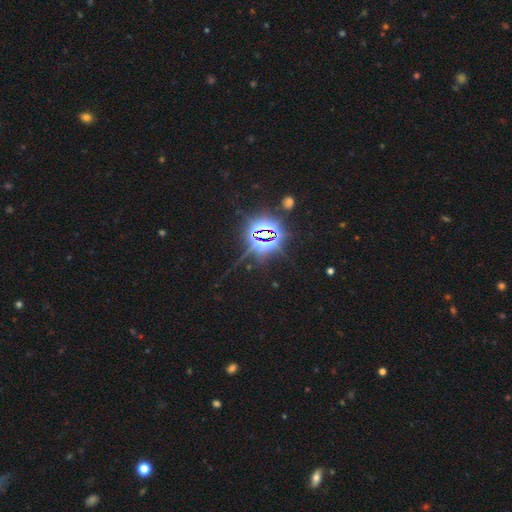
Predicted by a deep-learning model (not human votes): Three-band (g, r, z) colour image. It shows a star or artifact, not a galaxy (86%).